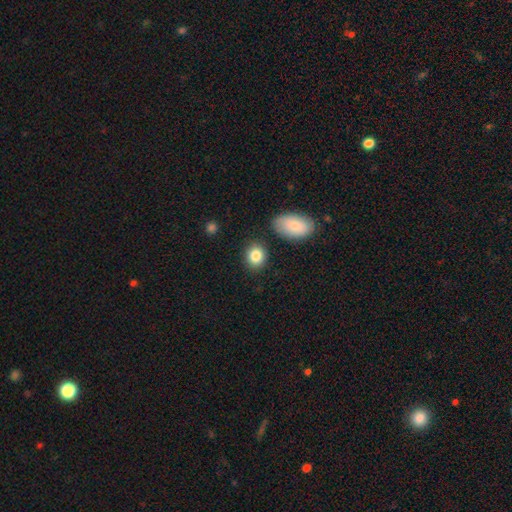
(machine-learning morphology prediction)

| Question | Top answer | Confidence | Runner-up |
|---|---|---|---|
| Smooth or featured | smooth | 85% | star or artifact (9%) |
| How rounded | round | 59% | in between (40%) |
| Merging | none | 83% | minor disturbance (10%) |